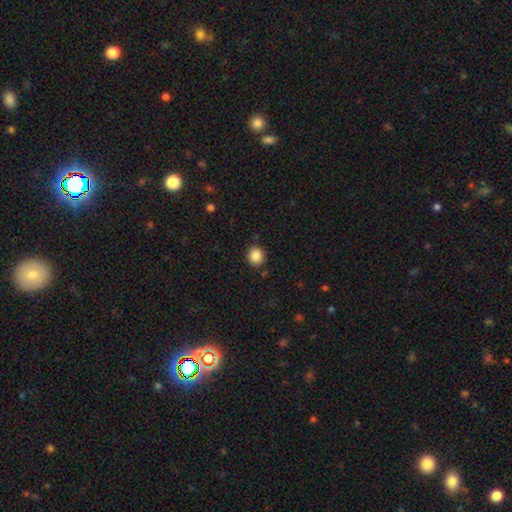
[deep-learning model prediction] smooth 87%, star or artifact 10%, featured or disk 4%. Down the decision tree: how rounded — round (83%); merging — none (87%).